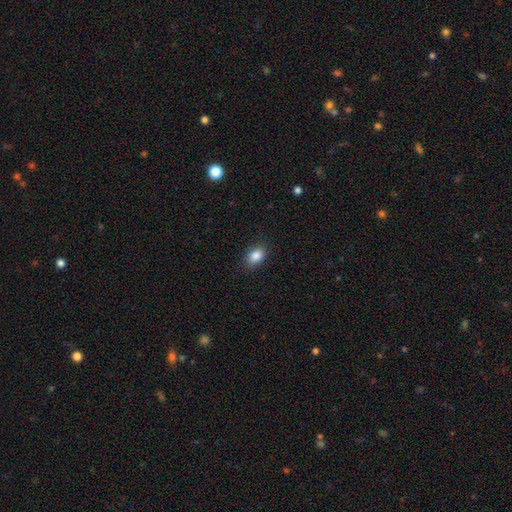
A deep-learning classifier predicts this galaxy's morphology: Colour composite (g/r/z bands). It shows a smooth galaxy with no disk features (87%) that is in between round and cigar-shaped (78%). Merging: none (86%).